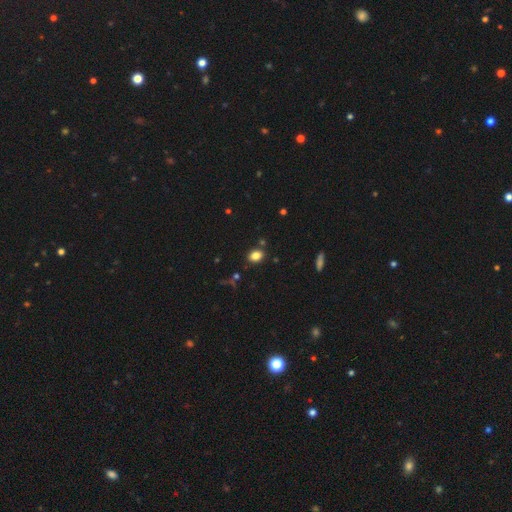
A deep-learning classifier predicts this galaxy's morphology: The model was most divided on "how rounded": in between: 65%, round: 34%, cigar-shaped: 1%. More confident: merging — none (83%); smooth or featured — smooth (82%).